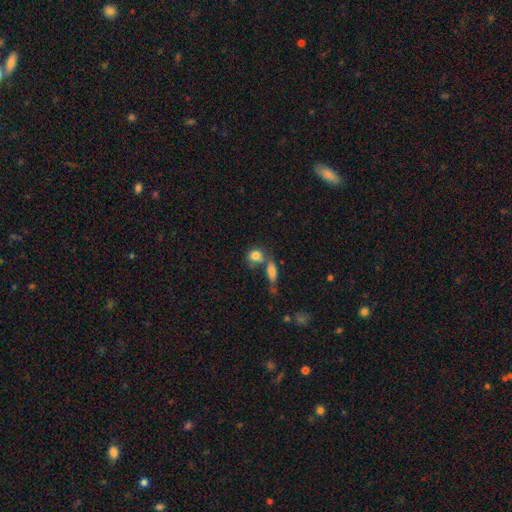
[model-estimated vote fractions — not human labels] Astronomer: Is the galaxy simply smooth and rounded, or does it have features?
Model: smooth — 82%.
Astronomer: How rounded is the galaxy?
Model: round — 62%.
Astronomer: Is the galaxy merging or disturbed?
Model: none — 46% (runner-up: merger, 36%).